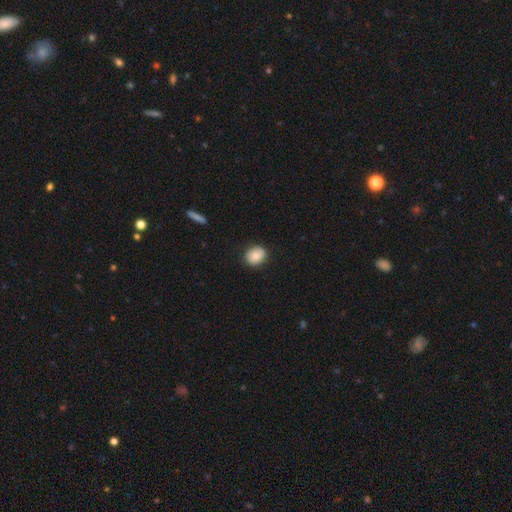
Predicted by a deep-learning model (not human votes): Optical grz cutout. It shows a smooth galaxy with no disk features (80%) that is round (66%). Merging: none (83%).